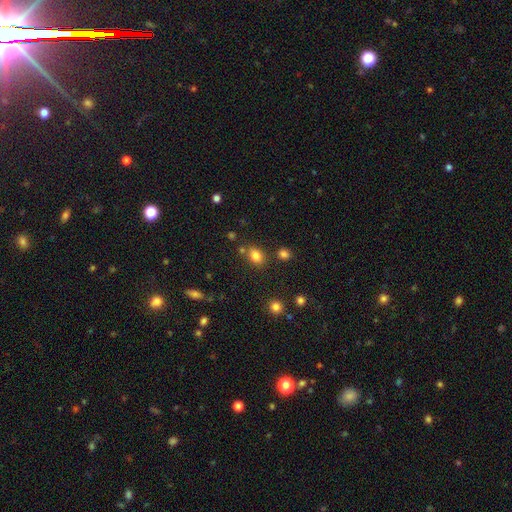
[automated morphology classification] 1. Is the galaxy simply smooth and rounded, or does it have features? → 81% smooth, 12% star or artifact, 6% featured or disk.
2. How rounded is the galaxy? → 68% in between, 30% round, 1% cigar-shaped.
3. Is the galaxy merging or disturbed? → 73% none, 12% minor disturbance, 11% merger, 4% major disturbance.